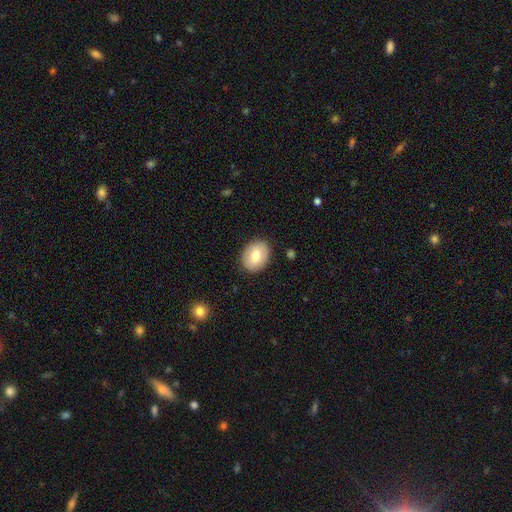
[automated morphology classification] type=smooth (74%); roundness=in between (57%); merging=none (87%).